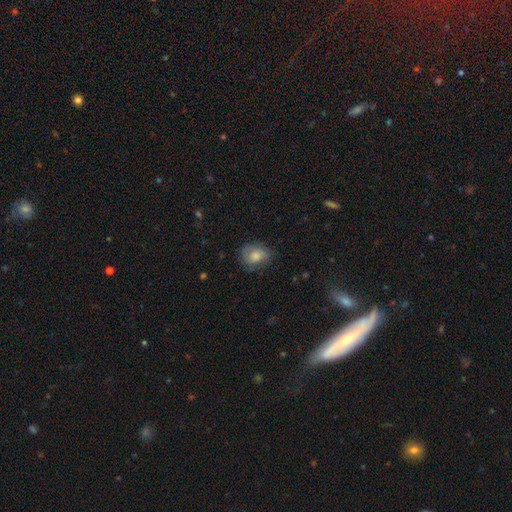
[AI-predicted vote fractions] smooth_or_featured: smooth (p=0.72) [alt: featured or disk p=0.19]
how_rounded: in between (p=0.54) [alt: round p=0.45]
merging: none (p=0.64) [alt: minor disturbance p=0.26]